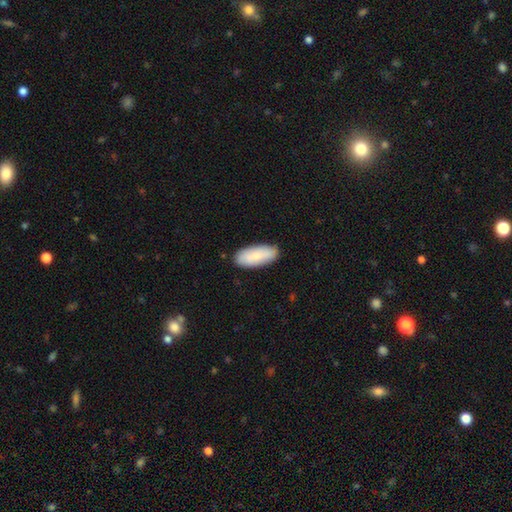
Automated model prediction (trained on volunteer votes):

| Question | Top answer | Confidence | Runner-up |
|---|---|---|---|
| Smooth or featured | smooth | 76% | featured or disk (19%) |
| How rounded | in between | 86% | cigar-shaped (12%) |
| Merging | none | 85% | minor disturbance (11%) |